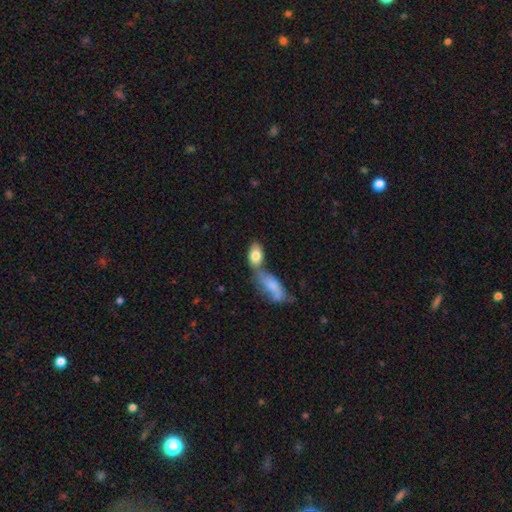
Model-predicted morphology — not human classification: A smooth galaxy with no disk features (79%) that is in between round and cigar-shaped (90%).

Vote fractions:
- Smooth or featured? smooth: 79% / featured or disk: 14% / star or artifact: 7%
- How rounded? in between: 90% / round: 6% / cigar-shaped: 4%
- Merging? merger: 45% / none: 39% / minor disturbance: 11% / major disturbance: 5%